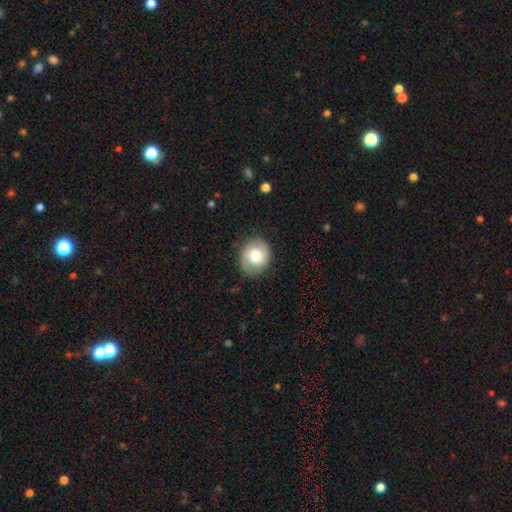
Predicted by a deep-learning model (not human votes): smooth_or_featured: smooth (p=0.65) [alt: featured or disk p=0.28]
how_rounded: round (p=0.68) [alt: in between p=0.31]
merging: none (p=0.81) [alt: minor disturbance p=0.14]